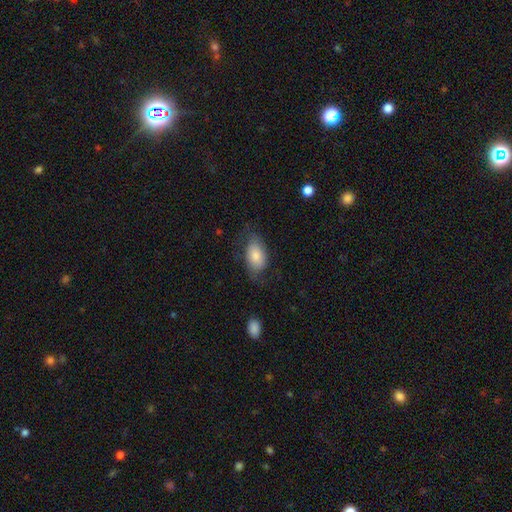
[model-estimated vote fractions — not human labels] A smooth galaxy with no disk features (74%) that is in between round and cigar-shaped (92%). Merging: none (59%).